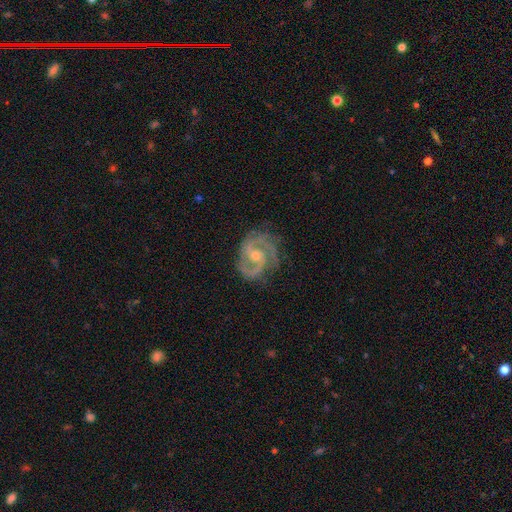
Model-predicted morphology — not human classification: Q: Smooth or featured?
A: featured or disk (92%); runner-up: star or artifact (4%)
Q: Edge-on disk?
A: no (98%); runner-up: yes (2%)
Q: Bar?
A: no (50%); runner-up: weak (39%)
Q: Spiral arms?
A: yes (98%); runner-up: no (2%)
Q: Spiral winding?
A: medium (51%); runner-up: tight (42%)
Q: Spiral arm count?
A: 2 (73%); runner-up: 3 (17%)
Q: Bulge size?
A: moderate (50%); runner-up: small (47%)
Q: Merging?
A: none (76%); runner-up: minor disturbance (17%)